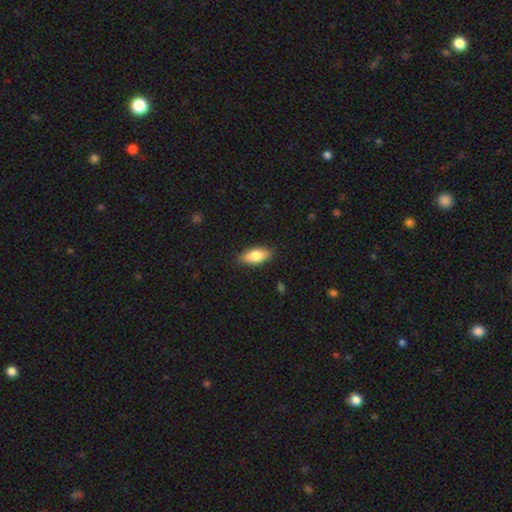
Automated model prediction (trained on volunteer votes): A smooth galaxy with no disk features (77%) that is in between round and cigar-shaped (81%). Merging: none (87%).